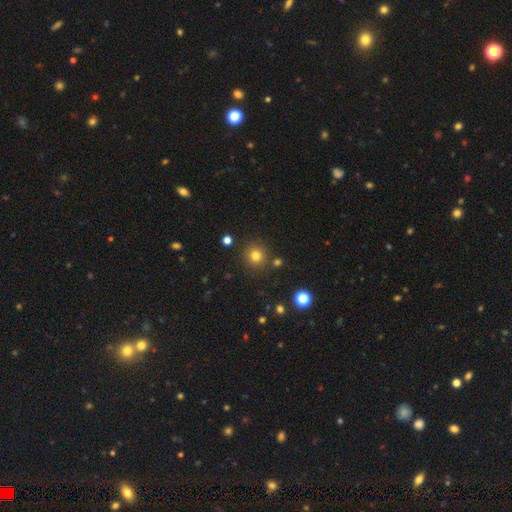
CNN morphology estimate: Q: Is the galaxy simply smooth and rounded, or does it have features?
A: smooth — 79%.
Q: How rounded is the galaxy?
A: round — 94%.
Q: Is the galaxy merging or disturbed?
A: none — 87%.